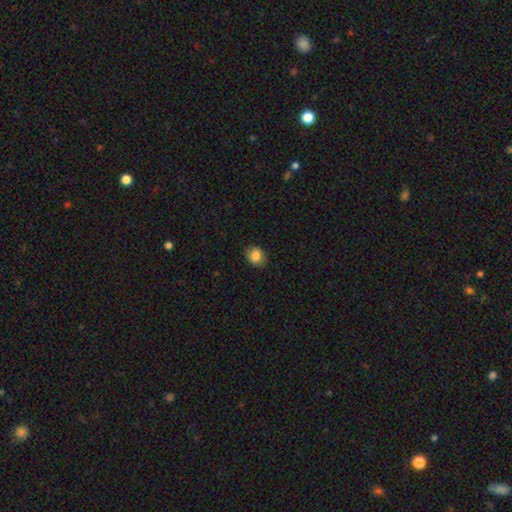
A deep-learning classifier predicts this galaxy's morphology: smooth 85%, star or artifact 9%, featured or disk 6%. Down the decision tree: how rounded — round (61%); merging — none (83%).